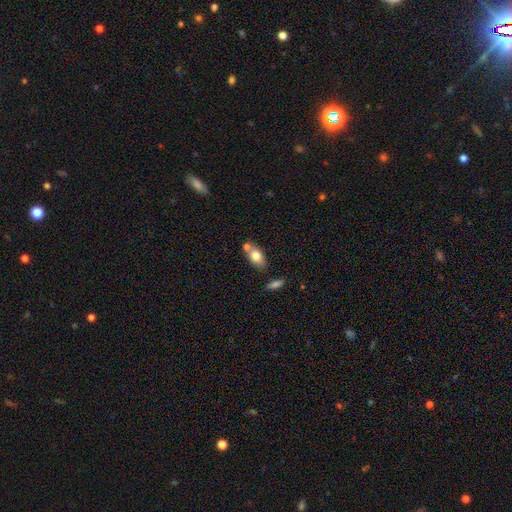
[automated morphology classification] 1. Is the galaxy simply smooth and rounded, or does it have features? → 75% smooth, 17% featured or disk, 8% star or artifact.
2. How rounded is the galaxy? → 82% in between, 13% round, 4% cigar-shaped.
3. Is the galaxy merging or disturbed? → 54% none, 28% merger, 14% minor disturbance, 4% major disturbance.